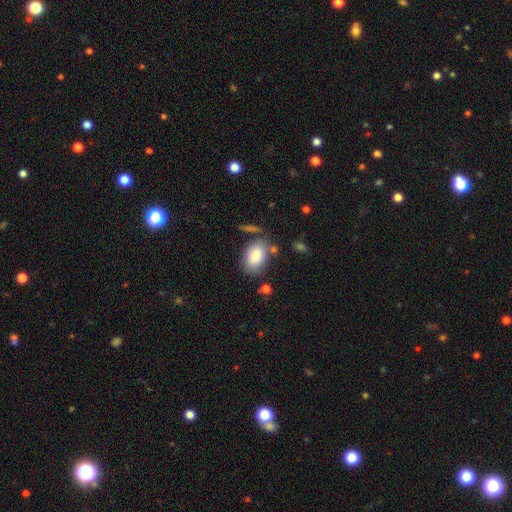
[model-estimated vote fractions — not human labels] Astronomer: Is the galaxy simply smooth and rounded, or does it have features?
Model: smooth — 84%.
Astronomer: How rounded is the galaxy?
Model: in between — 86%.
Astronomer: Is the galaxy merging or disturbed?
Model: none — 69%.